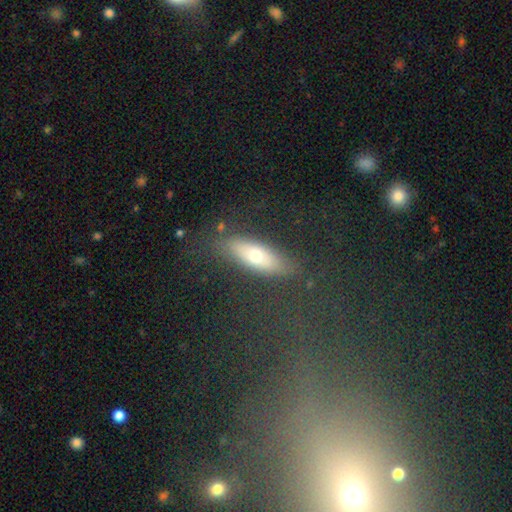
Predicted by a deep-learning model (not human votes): This appears to be a smooth galaxy with no disk features (58%) that is in between round and cigar-shaped (49%). Merging: none (81%).